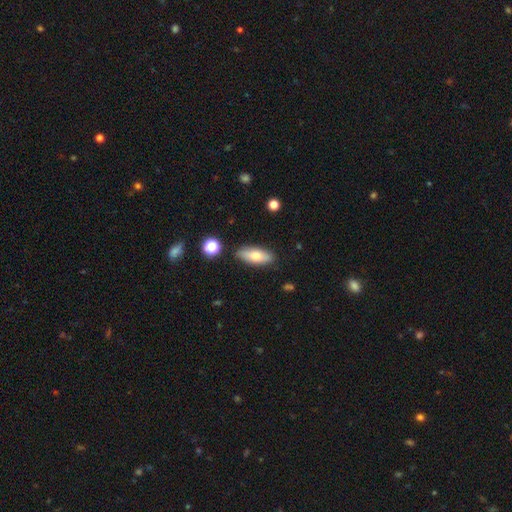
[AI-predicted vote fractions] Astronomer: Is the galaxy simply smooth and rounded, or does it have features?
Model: smooth — 70%.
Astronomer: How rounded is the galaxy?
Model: in between — 75%.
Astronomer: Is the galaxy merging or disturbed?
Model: none — 85%.